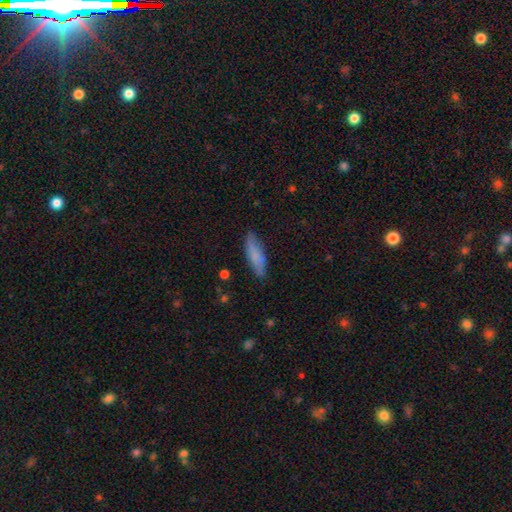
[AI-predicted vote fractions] A smooth galaxy with no disk features (76%) that is cigar-shaped (60%). Merging: none (82%).